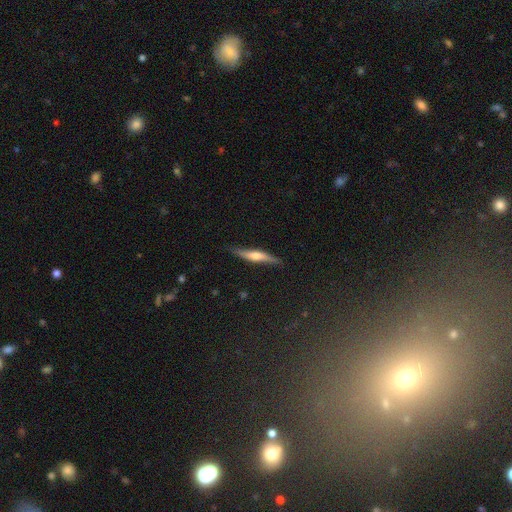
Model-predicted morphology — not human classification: Overall: featured or disk (56%; smooth 37%). Edge-on disk: yes (89%). Merging: none (79%).